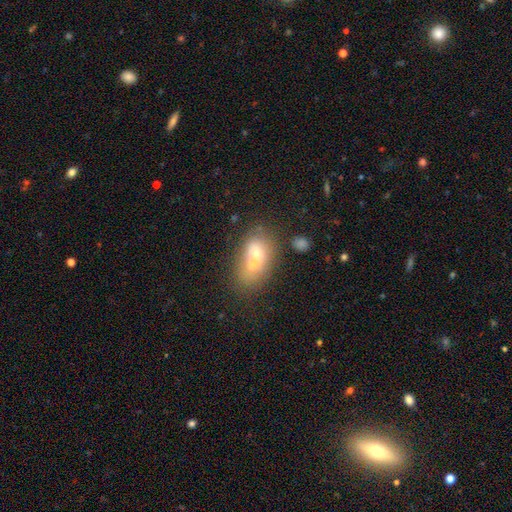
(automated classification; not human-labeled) smooth-or-featured: smooth: 59% | featured or disk: 31% | star or artifact: 10%
  how-rounded: in between: 84% | round: 9% | cigar-shaped: 7%
  merging: merger: 41% | none: 30% | minor disturbance: 16% | major disturbance: 12%